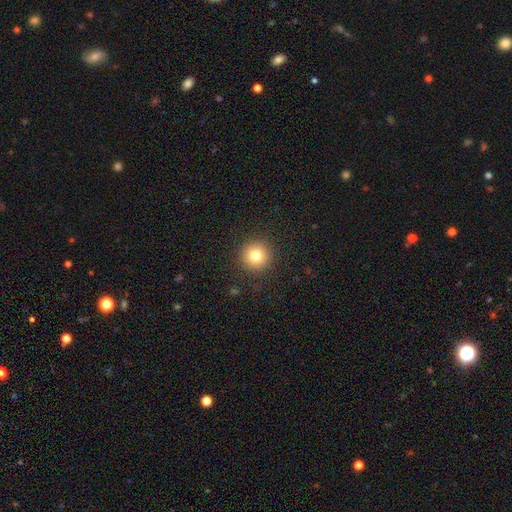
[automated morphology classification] smooth-or-featured: smooth: 80% | star or artifact: 12% | featured or disk: 8%
  how-rounded: round: 95% | in between: 4% | cigar-shaped: 1%
  merging: none: 91% | minor disturbance: 5% | major disturbance: 2% | merger: 1%